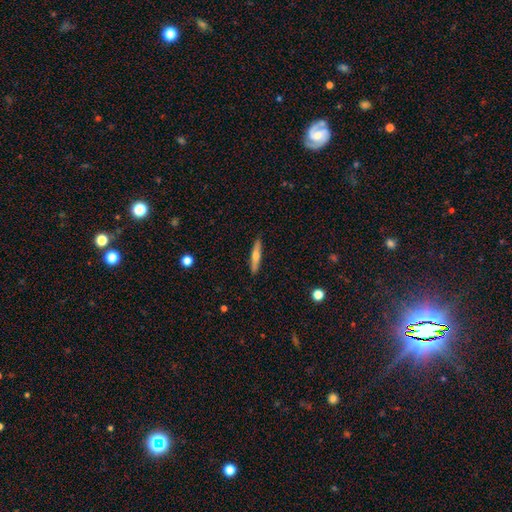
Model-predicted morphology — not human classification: This appears to be a smooth galaxy with no disk features (51%) that is cigar-shaped (89%). Merging: none (91%).